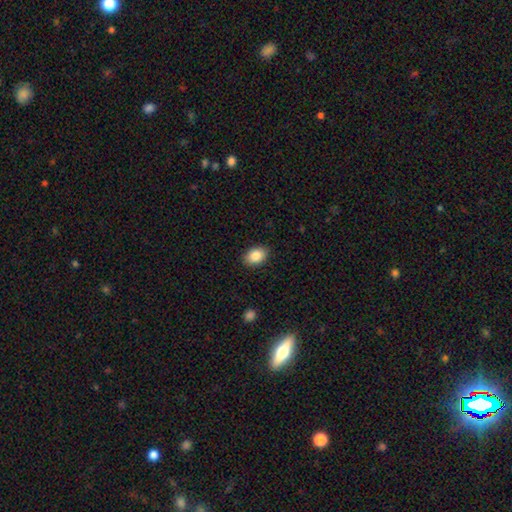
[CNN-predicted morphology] Q: Smooth or featured?
A: smooth (86%); runner-up: star or artifact (8%)
Q: How rounded?
A: in between (81%); runner-up: round (18%)
Q: Merging?
A: none (89%); runner-up: minor disturbance (8%)